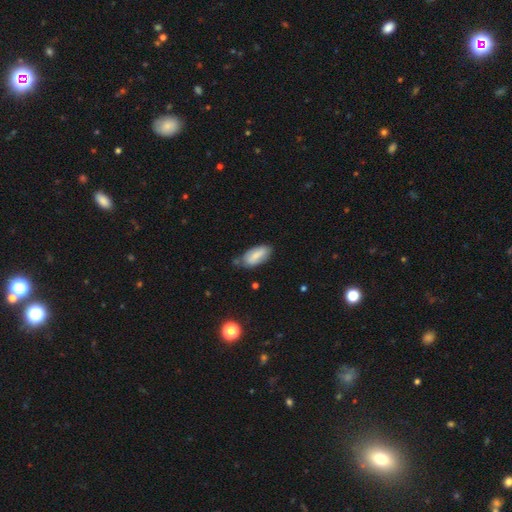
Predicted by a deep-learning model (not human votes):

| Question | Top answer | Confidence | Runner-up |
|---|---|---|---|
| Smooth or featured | smooth | 78% | featured or disk (15%) |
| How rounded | in between | 87% | cigar-shaped (11%) |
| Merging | none | 60% | minor disturbance (29%) |